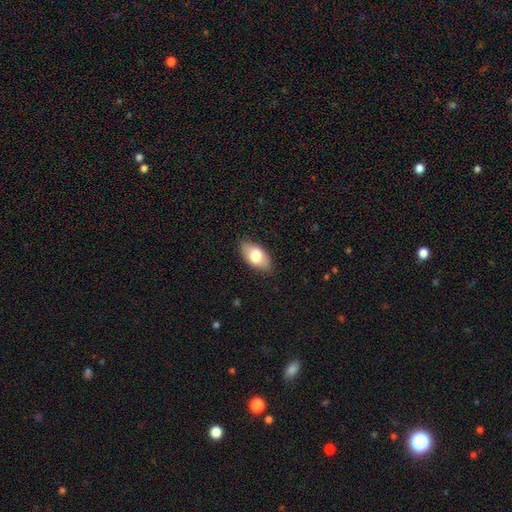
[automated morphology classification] This is likely a smooth galaxy (74%). How rounded: clearly in between (93%). Merging: clearly none (85%).